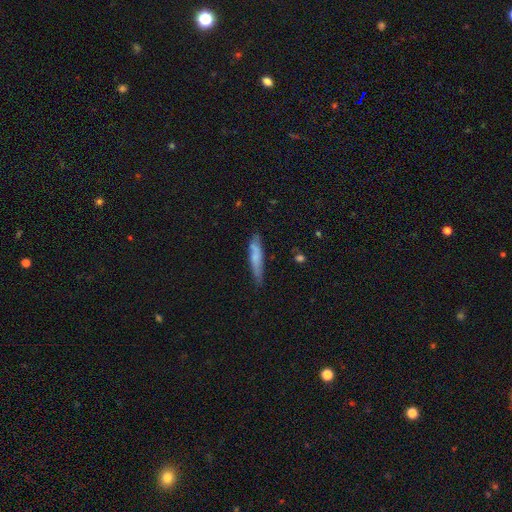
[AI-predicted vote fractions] Smooth or featured? Predicted: smooth (p=0.65). How rounded? Predicted: cigar-shaped (p=0.87). Merging? Predicted: none (p=0.72).